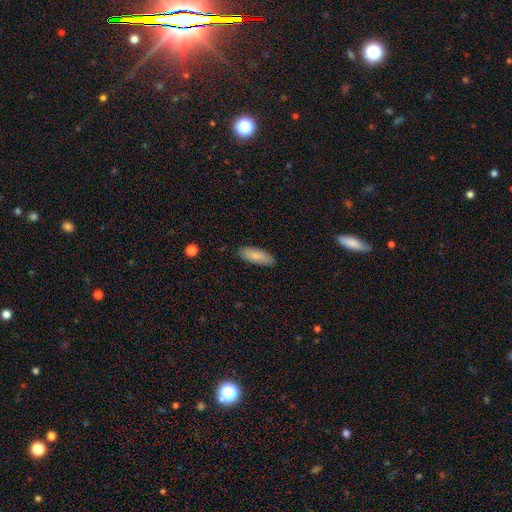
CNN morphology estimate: type=smooth (83%); roundness=in between (72%); merging=none (87%).